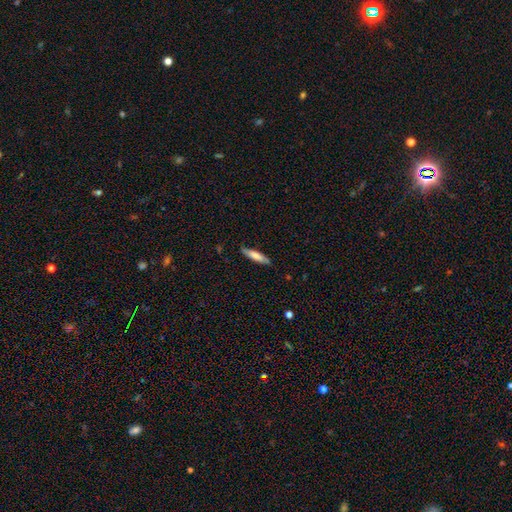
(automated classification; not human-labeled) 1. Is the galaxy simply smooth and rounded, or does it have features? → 73% smooth, 22% featured or disk, 6% star or artifact.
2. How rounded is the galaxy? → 81% cigar-shaped, 18% in between, 1% round.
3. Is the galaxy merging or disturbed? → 84% none, 13% minor disturbance, 2% major disturbance, 1% merger.